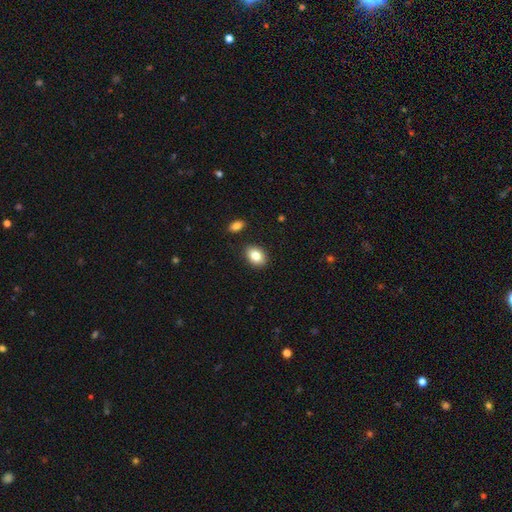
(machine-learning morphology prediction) smooth 83%, featured or disk 9%, star or artifact 8%. Down the decision tree: how rounded — in between (76%); merging — none (88%).